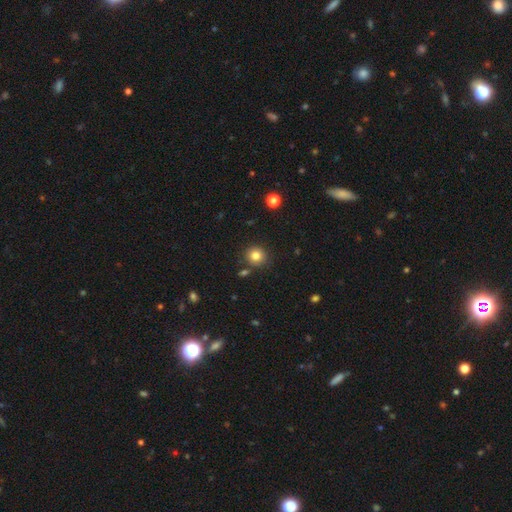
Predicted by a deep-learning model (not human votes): This appears to be a smooth galaxy with no disk features (82%) that is round (91%). Merging: none (85%).